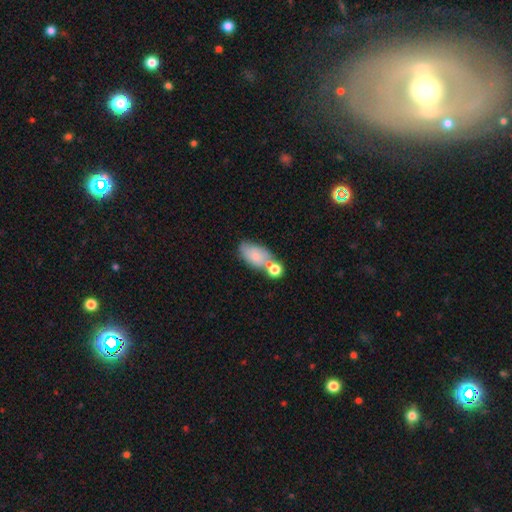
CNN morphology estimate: Overall: smooth (70%). How rounded: in between (87%). Merging: none (39%; merger 33%).